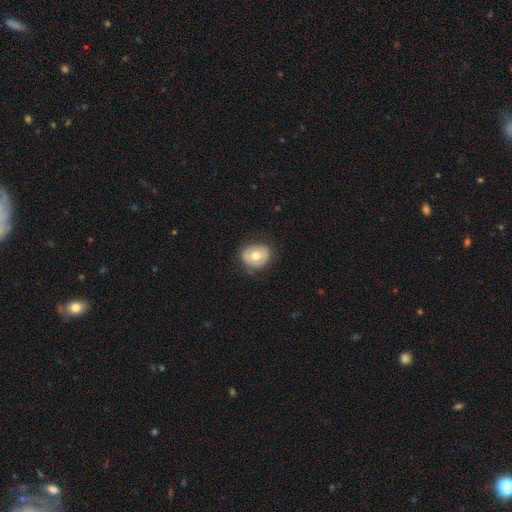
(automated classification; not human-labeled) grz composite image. It shows a smooth galaxy with no disk features (62%) that is round (67%). Merging: none (77%).